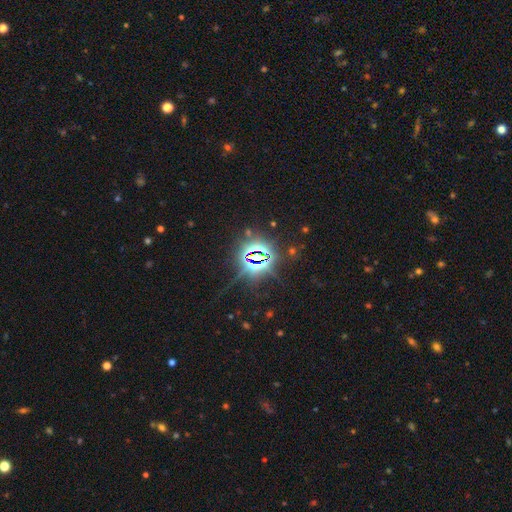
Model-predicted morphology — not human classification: smooth-or-featured: star or artifact: 83% | smooth: 9% | featured or disk: 8%